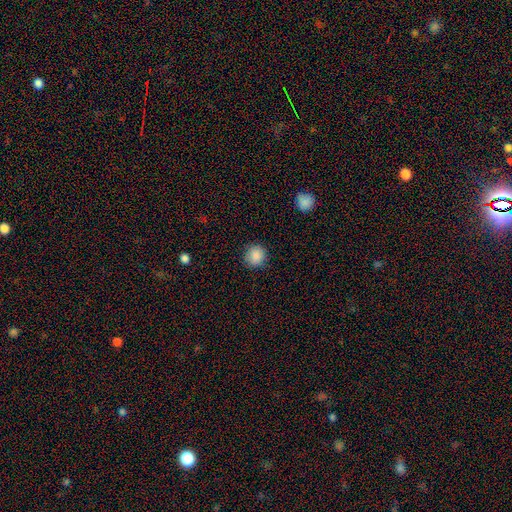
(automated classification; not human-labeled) smooth-or-featured: smooth: 87% | star or artifact: 9% | featured or disk: 4%
  how-rounded: round: 89% | in between: 10% | cigar-shaped: 1%
  merging: none: 87% | minor disturbance: 9% | major disturbance: 2% | merger: 1%